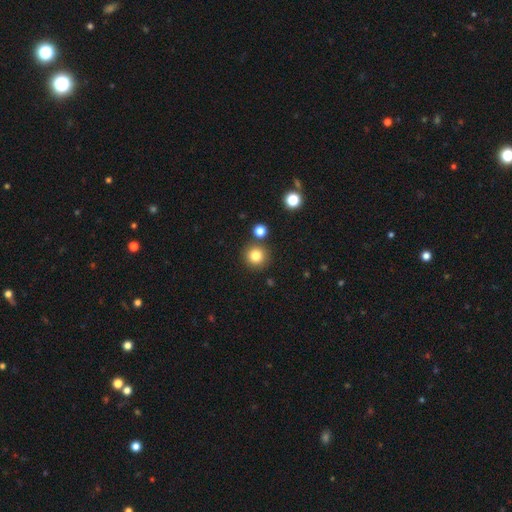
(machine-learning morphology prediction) Smooth or featured?
  - smooth: 82% *
  - star or artifact: 12%
  - featured or disk: 6%
How rounded?
  - round: 94% *
  - in between: 5%
  - cigar-shaped: 1%
Merging?
  - none: 84% *
  - minor disturbance: 7%
  - merger: 7%
  - major disturbance: 2%